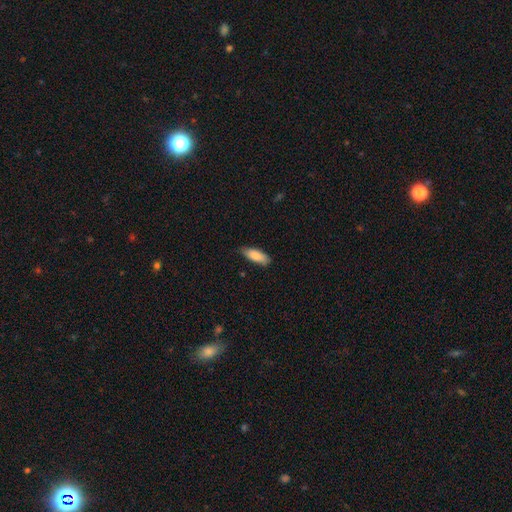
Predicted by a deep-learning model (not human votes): Smooth or featured? smooth (85%)
How rounded? in between (68%)
Merging? none (76%)